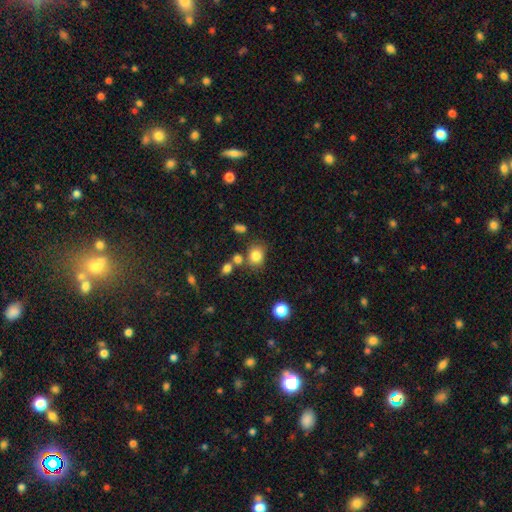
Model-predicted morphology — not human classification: smooth-or-featured: smooth: 82% | star or artifact: 11% | featured or disk: 7%
  how-rounded: round: 66% | in between: 33% | cigar-shaped: 1%
  merging: none: 71% | minor disturbance: 13% | merger: 12% | major disturbance: 5%